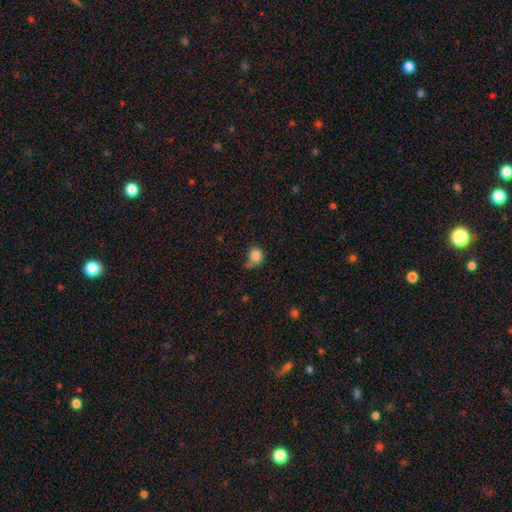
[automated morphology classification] type=smooth (84%); roundness=round (75%); merging=none (49%).